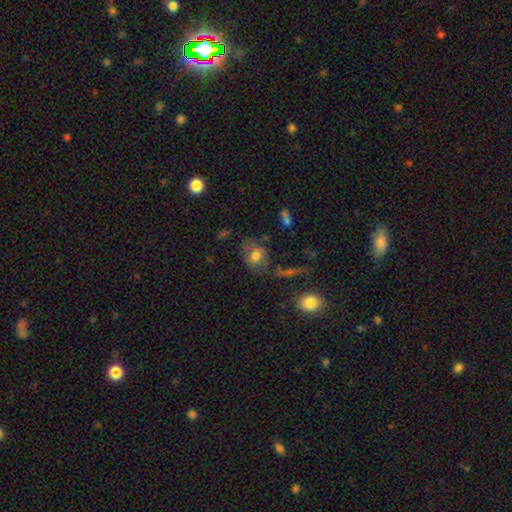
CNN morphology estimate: Q: Smooth or featured?
A: smooth (62%); runner-up: featured or disk (28%)
Q: How rounded?
A: in between (54%); runner-up: round (44%)
Q: Merging?
A: none (58%); runner-up: minor disturbance (24%)